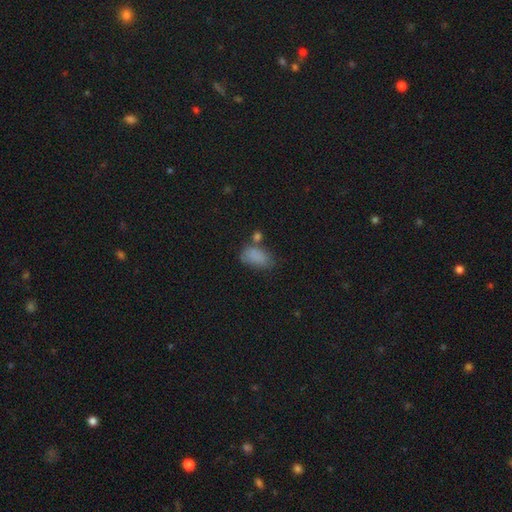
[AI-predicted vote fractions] Q: Smooth or featured?
A: smooth (80%); runner-up: star or artifact (11%)
Q: How rounded?
A: in between (90%); runner-up: round (7%)
Q: Merging?
A: none (47%); runner-up: minor disturbance (25%)